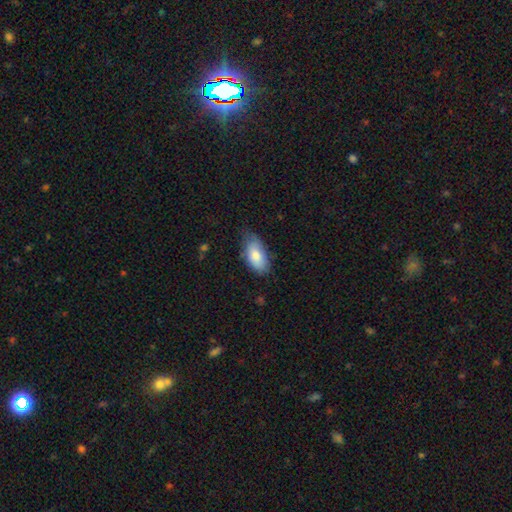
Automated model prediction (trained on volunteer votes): Morphology: type=smooth (79%); roundness=in between (93%); merging=none (55%).